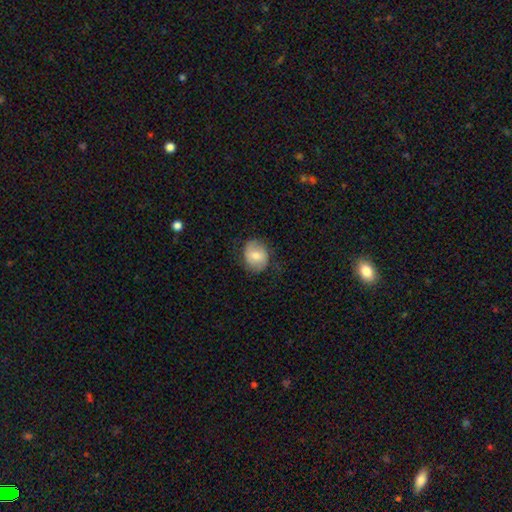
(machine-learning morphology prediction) This is likely a smooth galaxy (66%). How rounded: likely round (62%). Merging: likely none (71%).